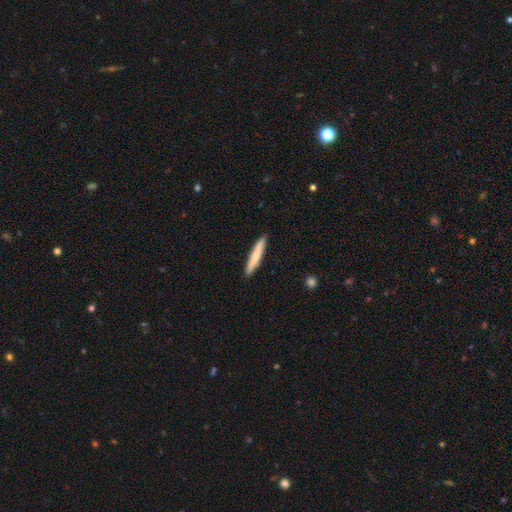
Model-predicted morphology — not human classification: smooth_or_featured: smooth (p=0.74) [alt: featured or disk p=0.20]
how_rounded: cigar-shaped (p=0.94) [alt: in between p=0.05]
merging: none (p=0.91) [alt: minor disturbance p=0.06]